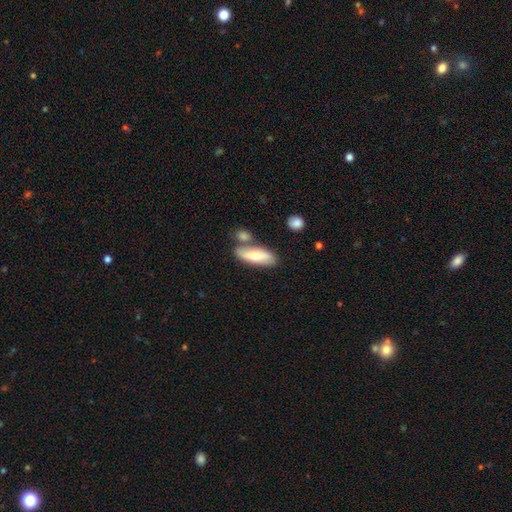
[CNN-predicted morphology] This appears to be a smooth galaxy with no disk features (67%) that is in between round and cigar-shaped (60%). Merging: none (61%).